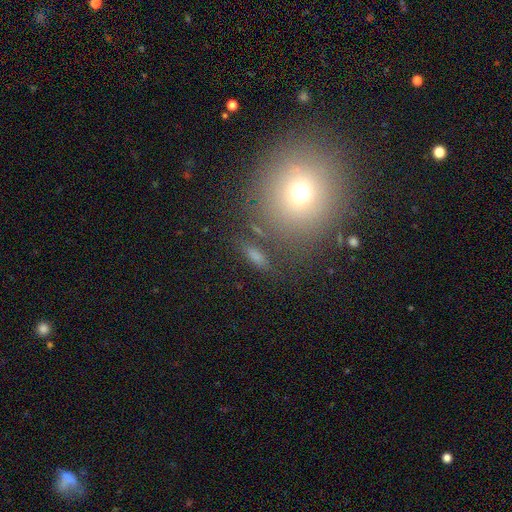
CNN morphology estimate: This is likely a smooth galaxy (69%). How rounded: possibly in between (52%). Merging: likely none (79%).